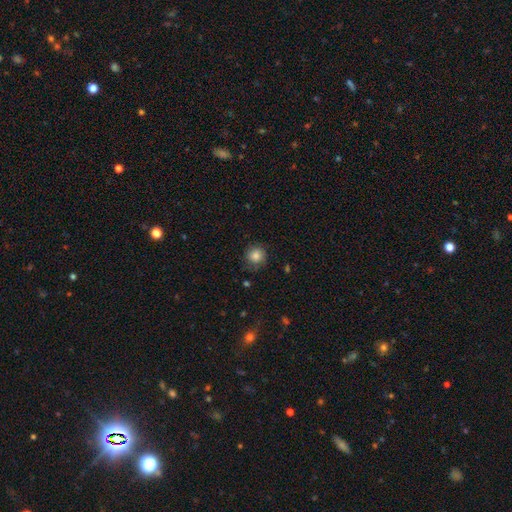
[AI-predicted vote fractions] Q: Smooth or featured?
A: smooth (82%); runner-up: star or artifact (10%)
Q: How rounded?
A: round (92%); runner-up: in between (8%)
Q: Merging?
A: none (80%); runner-up: minor disturbance (15%)